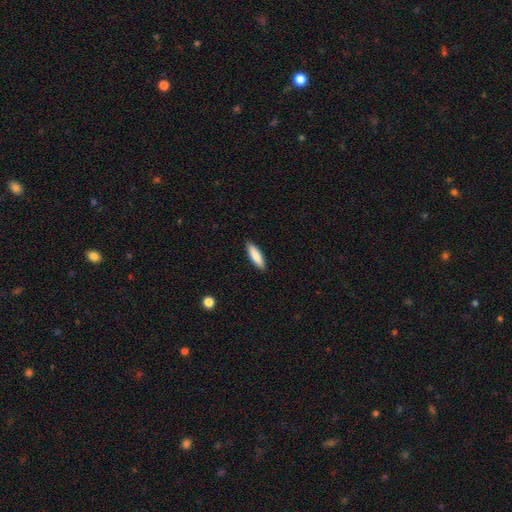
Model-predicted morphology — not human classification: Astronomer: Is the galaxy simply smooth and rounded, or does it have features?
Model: smooth — 86%.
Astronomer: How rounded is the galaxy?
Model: cigar-shaped — 61% (runner-up: in between, 37%).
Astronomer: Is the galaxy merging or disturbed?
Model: none — 90%.